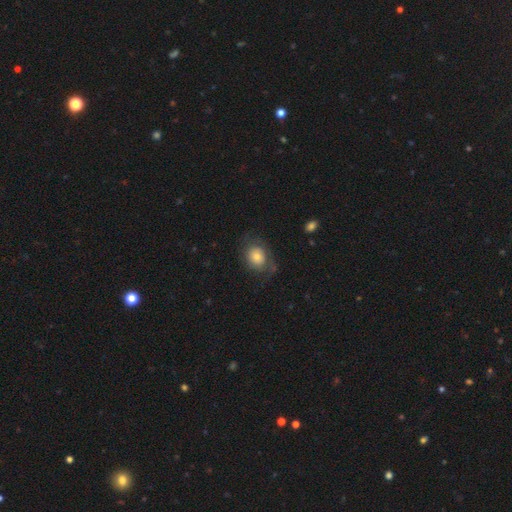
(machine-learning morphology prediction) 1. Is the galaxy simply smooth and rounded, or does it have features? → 68% smooth, 22% featured or disk, 9% star or artifact.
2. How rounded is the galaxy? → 59% round, 40% in between, 1% cigar-shaped.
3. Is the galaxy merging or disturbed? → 59% none, 23% minor disturbance, 15% major disturbance, 2% merger.